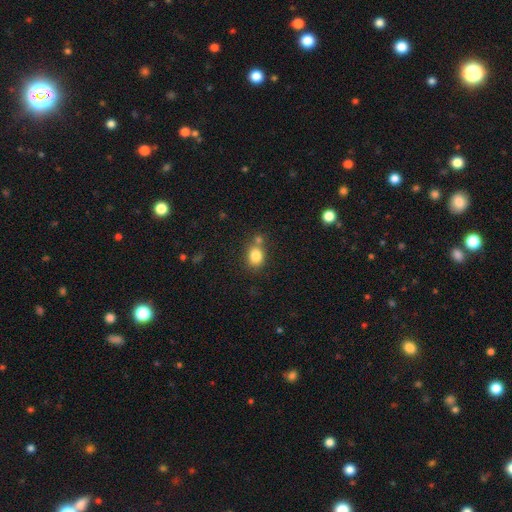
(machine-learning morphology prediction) This is clearly a smooth galaxy (82%). How rounded: possibly round (56%). Merging: likely none (63%).